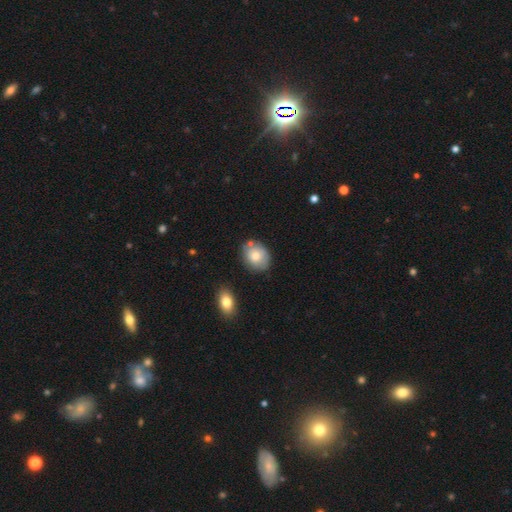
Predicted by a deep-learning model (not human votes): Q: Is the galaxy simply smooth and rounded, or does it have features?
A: smooth — 77%.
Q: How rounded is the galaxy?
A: round — 51%.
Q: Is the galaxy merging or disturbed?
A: none — 72%.